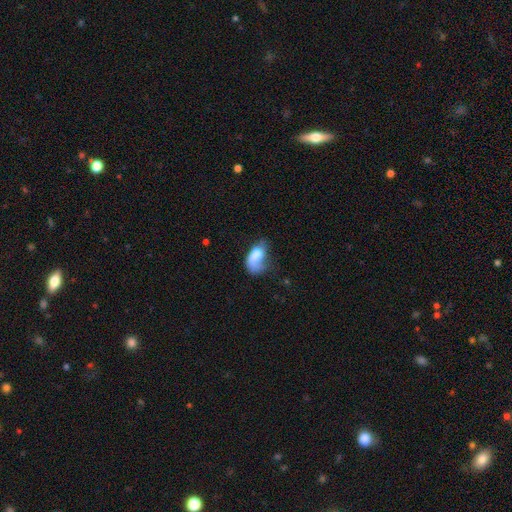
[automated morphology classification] This is likely a smooth galaxy (67%). How rounded: clearly in between (90%). Merging: marginally major disturbance (41%).